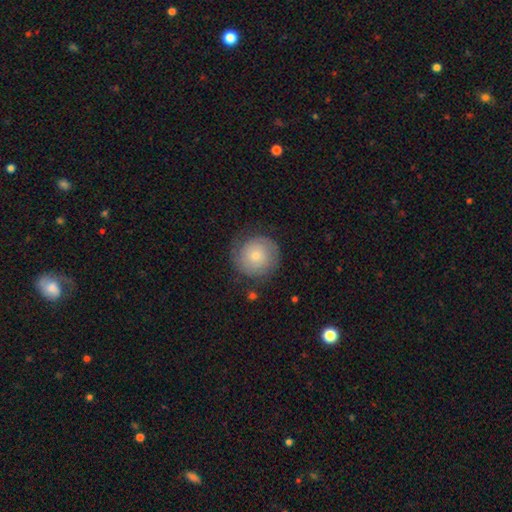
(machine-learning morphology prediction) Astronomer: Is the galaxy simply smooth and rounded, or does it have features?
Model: featured or disk — 51% (runner-up: smooth, 42%).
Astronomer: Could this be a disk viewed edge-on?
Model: no — 98%.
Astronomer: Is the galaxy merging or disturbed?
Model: none — 78%.